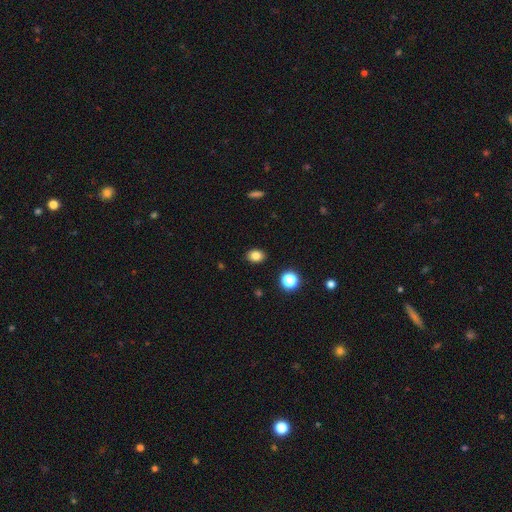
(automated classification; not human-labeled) Q: Smooth or featured?
A: smooth (83%); runner-up: star or artifact (11%)
Q: How rounded?
A: in between (64%); runner-up: round (35%)
Q: Merging?
A: none (88%); runner-up: minor disturbance (8%)